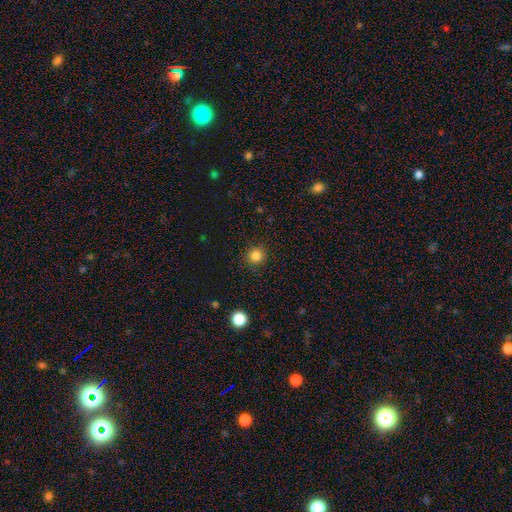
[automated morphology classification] The model was most divided on "smooth or featured": smooth: 83%, star or artifact: 13%, featured or disk: 4%. More confident: how rounded — round (93%); merging — none (91%).